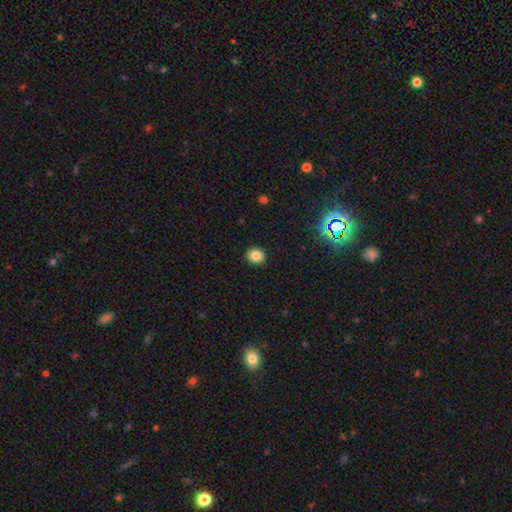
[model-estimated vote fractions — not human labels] smooth-or-featured: smooth: 83% | star or artifact: 12% | featured or disk: 5%
  how-rounded: round: 79% | in between: 20% | cigar-shaped: 1%
  merging: none: 91% | minor disturbance: 6% | major disturbance: 2% | merger: 1%